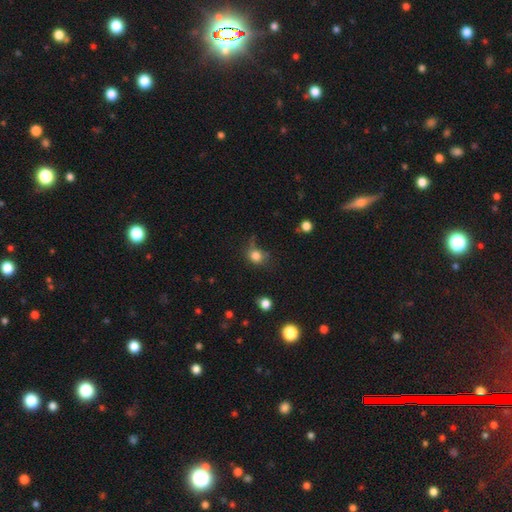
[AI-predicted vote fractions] Smooth or featured: smooth — 81% (star or artifact — 13%)
How rounded: round — 72% (in between — 27%)
Merging: none — 64% (minor disturbance — 23%)